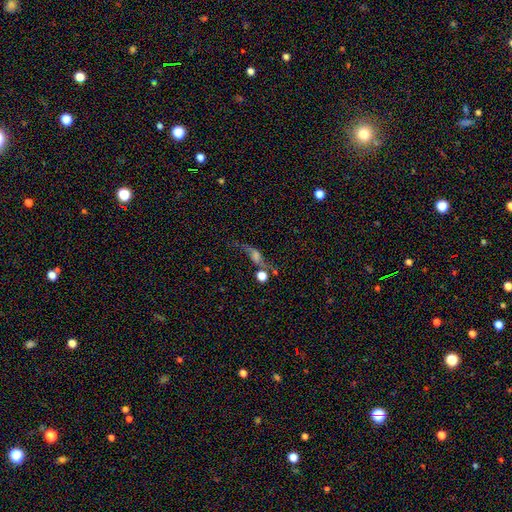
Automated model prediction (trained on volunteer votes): featured or disk 57%, smooth 22%, star or artifact 21%. Down the decision tree: edge-on disk — no (71%); merging — none (47%).